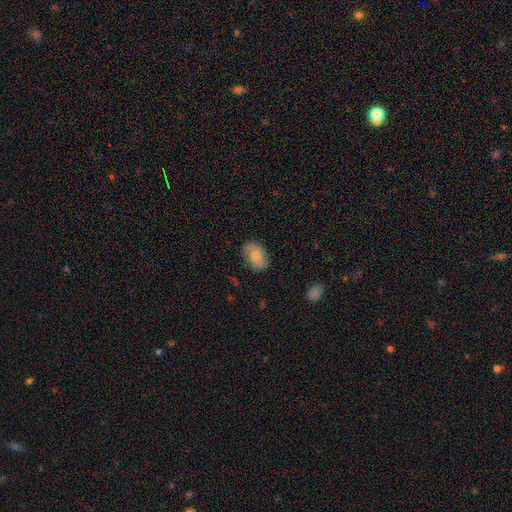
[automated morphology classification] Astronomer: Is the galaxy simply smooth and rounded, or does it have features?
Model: smooth — 65%.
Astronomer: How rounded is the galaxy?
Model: in between — 83%.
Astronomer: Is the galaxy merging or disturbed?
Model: none — 75%.